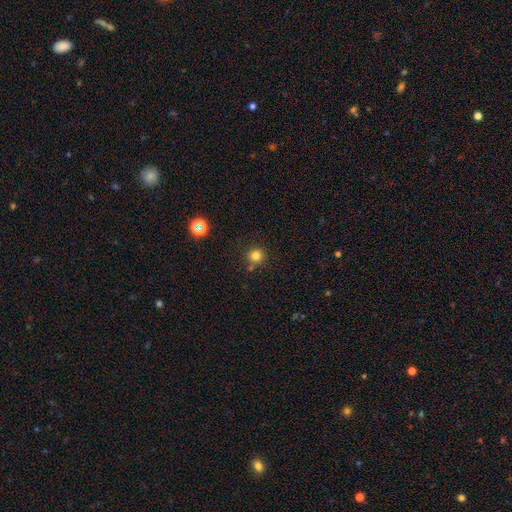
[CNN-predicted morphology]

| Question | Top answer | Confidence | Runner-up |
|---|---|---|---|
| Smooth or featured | smooth | 79% | star or artifact (15%) |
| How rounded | round | 95% | in between (4%) |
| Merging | none | 83% | minor disturbance (8%) |